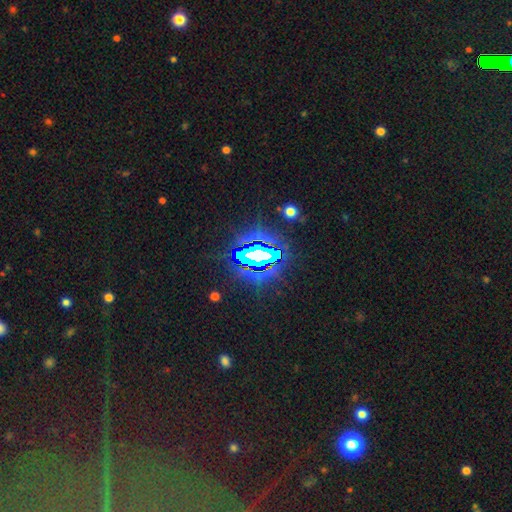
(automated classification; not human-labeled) star or artifact 74%, featured or disk 15%, smooth 11%.